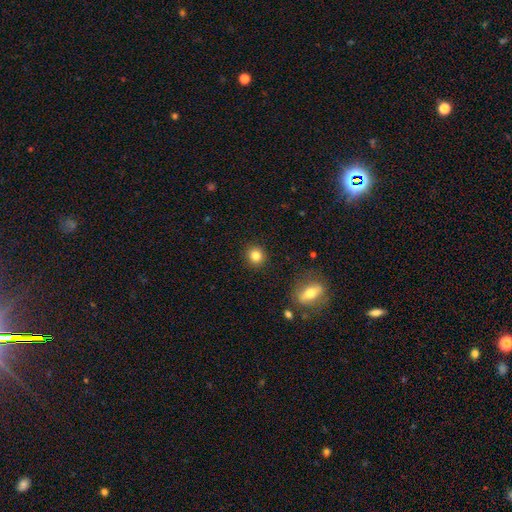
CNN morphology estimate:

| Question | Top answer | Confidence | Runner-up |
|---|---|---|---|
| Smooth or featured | smooth | 83% | star or artifact (11%) |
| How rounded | round | 88% | in between (11%) |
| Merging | none | 90% | minor disturbance (6%) |